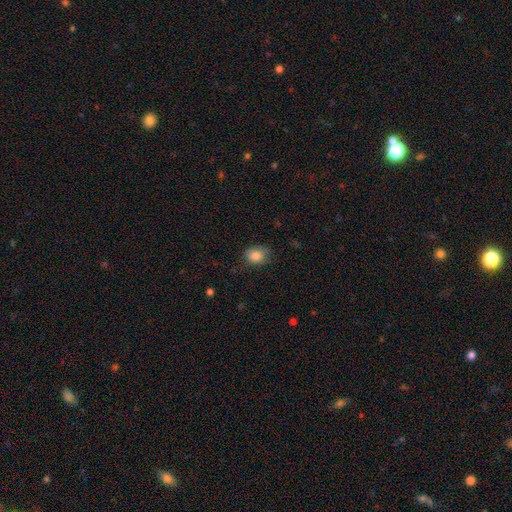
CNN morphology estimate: Smooth or featured? smooth (85%)
How rounded? in between (51%)
Merging? none (68%)